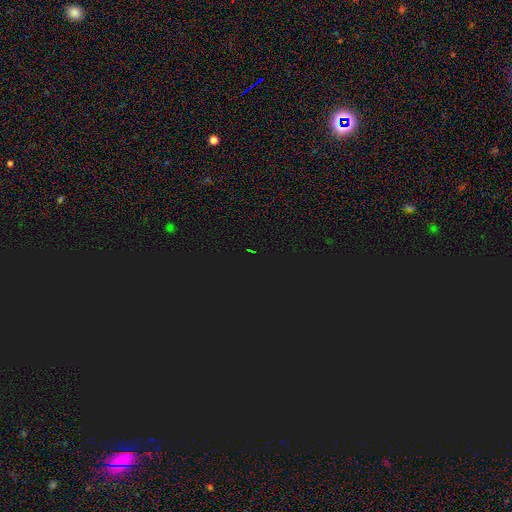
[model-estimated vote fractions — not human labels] smooth-or-featured: star or artifact: 82% | smooth: 11% | featured or disk: 7%